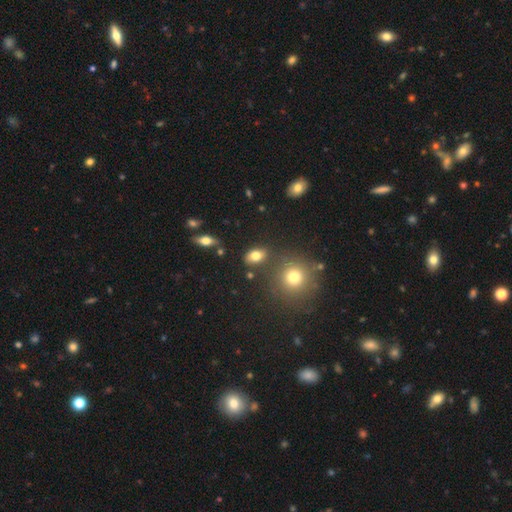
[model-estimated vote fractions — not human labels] Smooth or featured? Predicted: smooth (p=0.77). How rounded? Predicted: in between (p=0.81). Merging? Predicted: none (p=0.78).